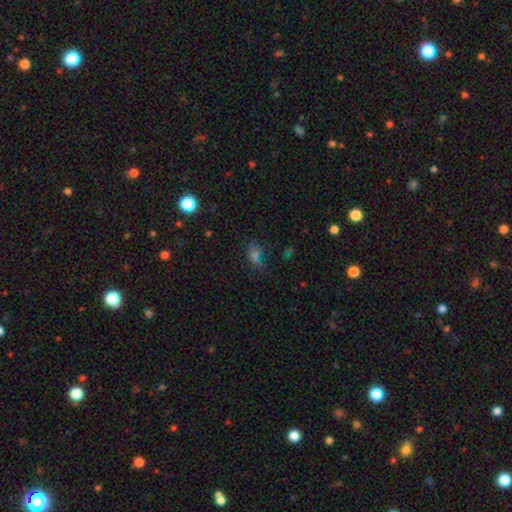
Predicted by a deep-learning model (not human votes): This is possibly a smooth galaxy (49%). Merging: possibly none (54%).